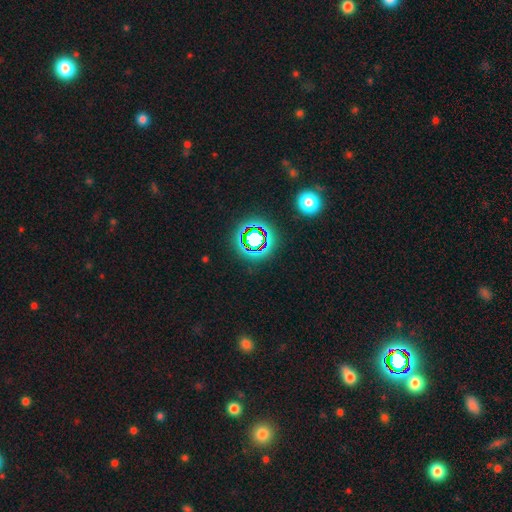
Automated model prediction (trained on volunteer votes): smooth-or-featured: star or artifact: 70% | smooth: 21% | featured or disk: 9%